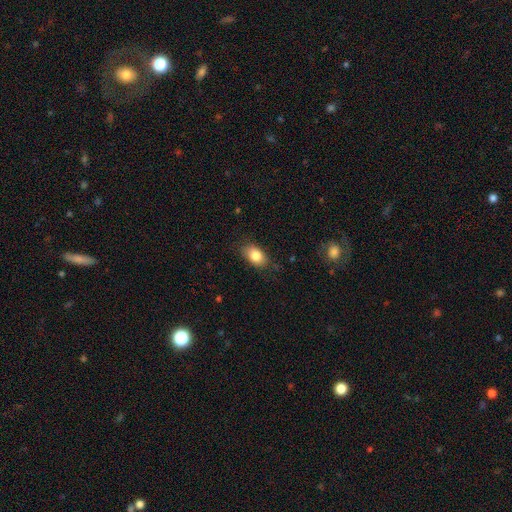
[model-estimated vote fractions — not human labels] Smooth or featured?
  - smooth: 83% *
  - featured or disk: 9%
  - star or artifact: 8%
How rounded?
  - in between: 86% *
  - round: 12%
  - cigar-shaped: 2%
Merging?
  - none: 78% *
  - minor disturbance: 17%
  - major disturbance: 4%
  - merger: 1%